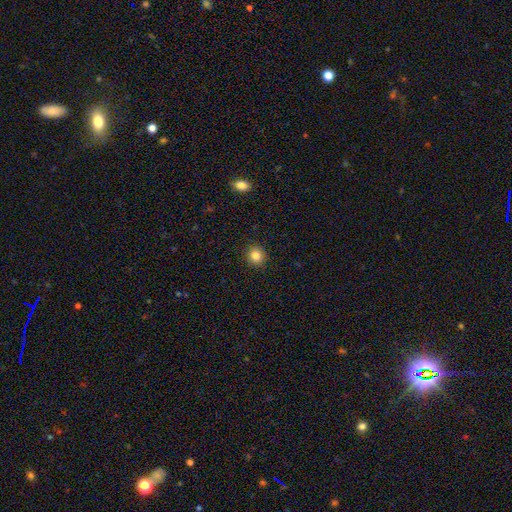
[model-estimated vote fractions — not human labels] Smooth or featured?
  - smooth: 84% *
  - star or artifact: 11%
  - featured or disk: 5%
How rounded?
  - round: 89% *
  - in between: 10%
  - cigar-shaped: 1%
Merging?
  - none: 92% *
  - minor disturbance: 5%
  - major disturbance: 2%
  - merger: 1%